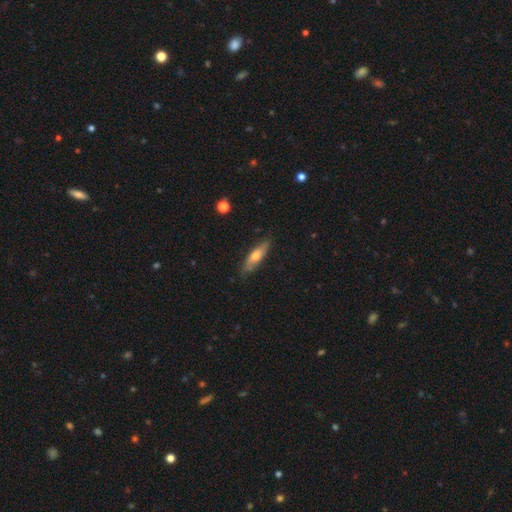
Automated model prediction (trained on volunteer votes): Q: Smooth or featured?
A: smooth (58%); runner-up: featured or disk (36%)
Q: How rounded?
A: cigar-shaped (60%); runner-up: in between (38%)
Q: Merging?
A: none (82%); runner-up: minor disturbance (14%)